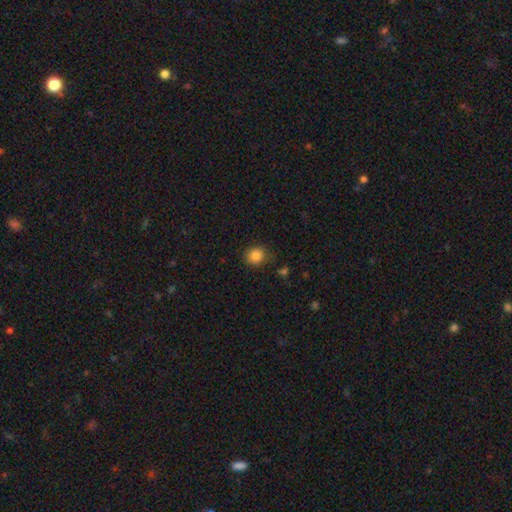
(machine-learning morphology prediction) smooth-or-featured: smooth: 85% | star or artifact: 11% | featured or disk: 4%
  how-rounded: round: 80% | in between: 19% | cigar-shaped: 1%
  merging: none: 80% | minor disturbance: 14% | major disturbance: 4% | merger: 2%